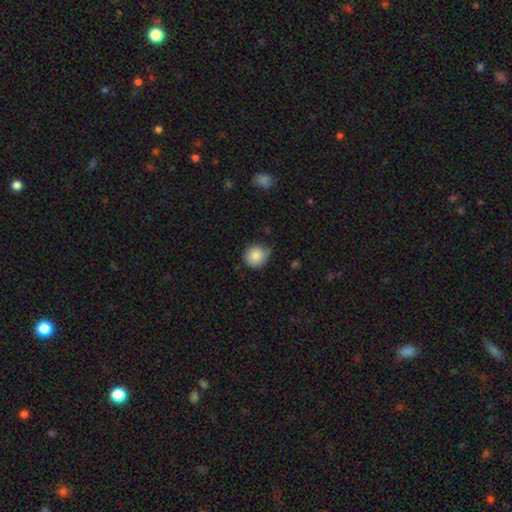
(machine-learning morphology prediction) This is clearly a smooth galaxy (83%). How rounded: clearly round (90%). Merging: likely none (72%).